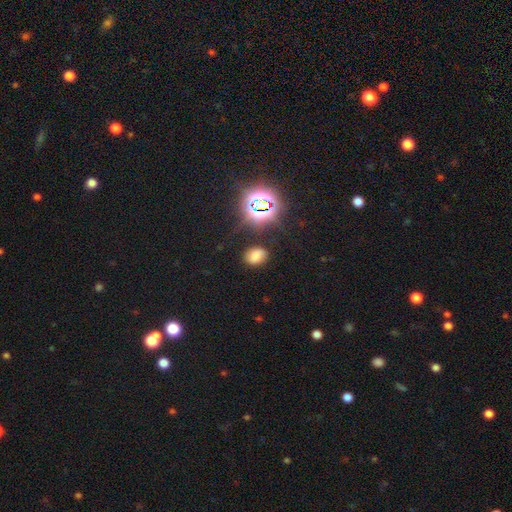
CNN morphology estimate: smooth 63%, star or artifact 25%, featured or disk 12%. Down the decision tree: how rounded — in between (72%); merging — none (77%).